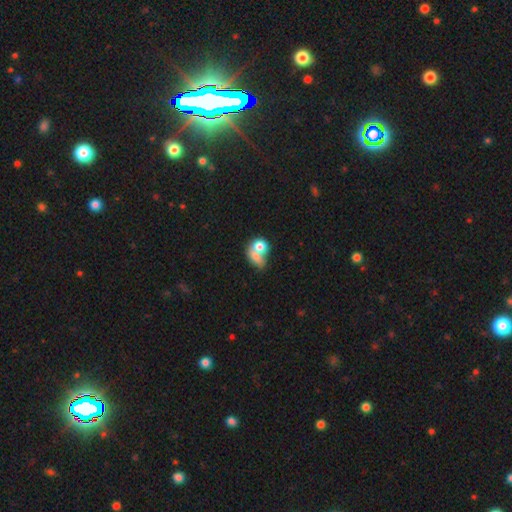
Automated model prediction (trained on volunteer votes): Smooth or featured? Predicted: smooth (p=0.69). How rounded? Predicted: in between (p=0.51). Merging? Predicted: merger (p=0.65).